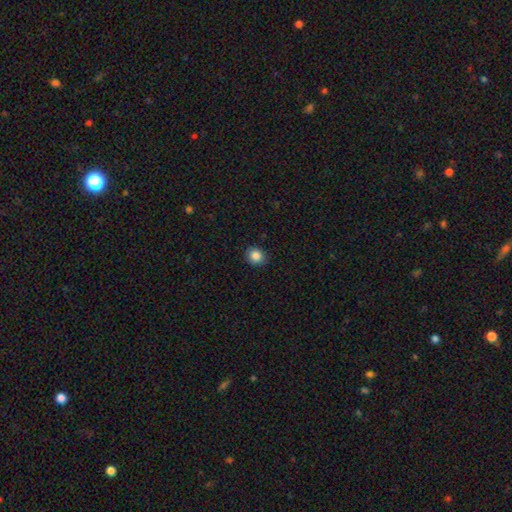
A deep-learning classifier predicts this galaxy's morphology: type=smooth (85%); roundness=round (82%); merging=none (90%).